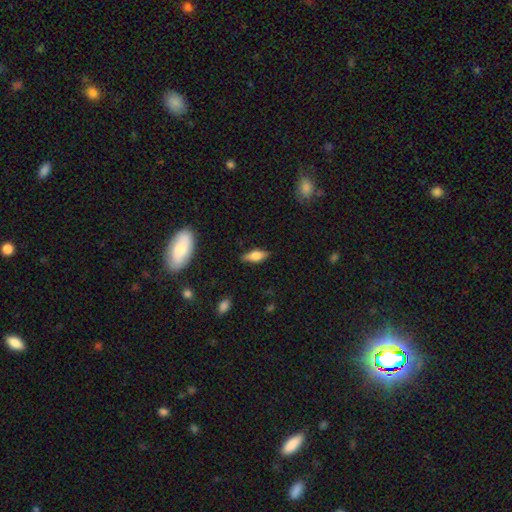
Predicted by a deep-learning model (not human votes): The model was most divided on "smooth or featured": smooth: 54%, featured or disk: 38%, star or artifact: 8%. More confident: merging — none (84%); how rounded — in between (66%).